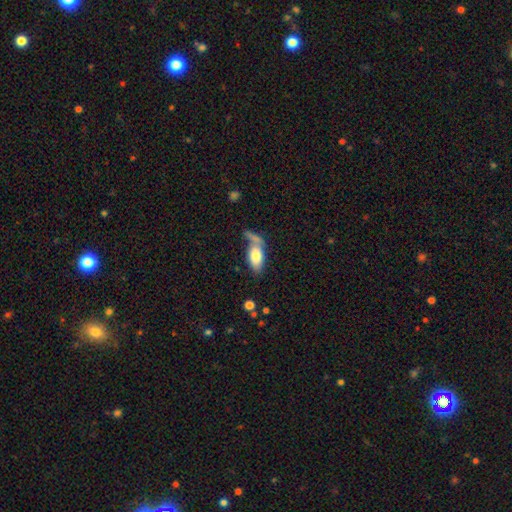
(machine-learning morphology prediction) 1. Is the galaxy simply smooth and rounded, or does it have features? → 78% smooth, 15% featured or disk, 7% star or artifact.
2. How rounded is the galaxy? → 89% in between, 7% cigar-shaped, 4% round.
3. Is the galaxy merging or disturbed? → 42% none, 32% merger, 16% minor disturbance, 10% major disturbance.